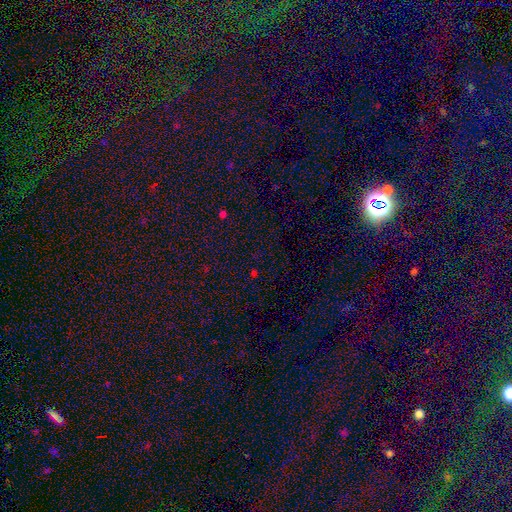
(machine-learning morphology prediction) Smooth or featured? star or artifact (60%)